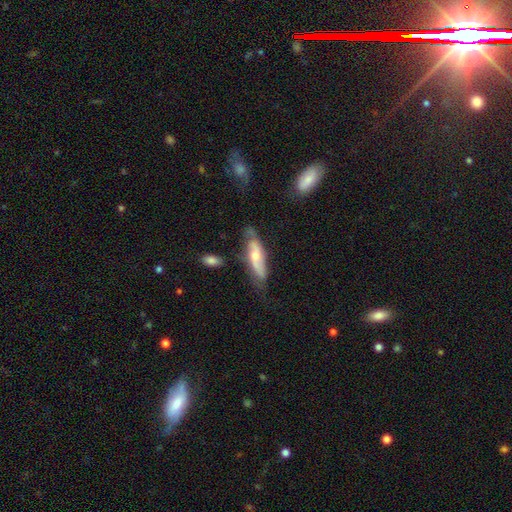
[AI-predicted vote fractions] The model was most divided on "smooth or featured": featured or disk: 53%, smooth: 40%, star or artifact: 6%. More confident: edge-on disk — no (67%); merging — none (53%).